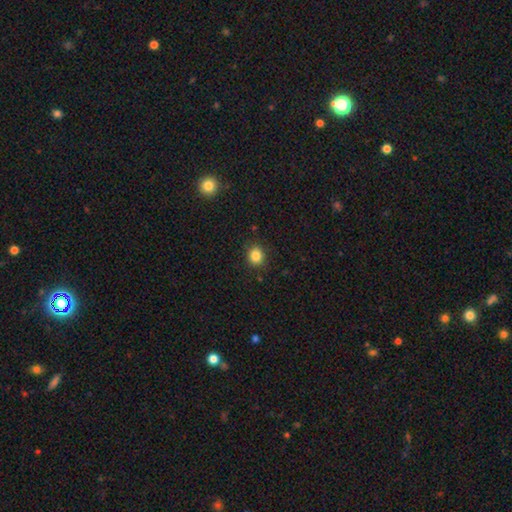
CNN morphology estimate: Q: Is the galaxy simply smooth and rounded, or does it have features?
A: smooth — 84%.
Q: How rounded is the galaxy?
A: round — 75%.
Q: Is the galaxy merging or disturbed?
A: none — 87%.